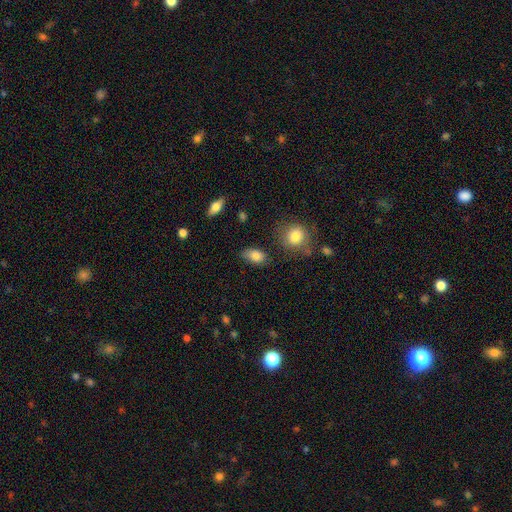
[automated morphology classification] A smooth galaxy with no disk features (84%) that is in between round and cigar-shaped (88%).

Vote fractions:
- Smooth or featured? smooth: 84% / star or artifact: 8% / featured or disk: 8%
- How rounded? in between: 88% / round: 10% / cigar-shaped: 2%
- Merging? none: 75% / minor disturbance: 17% / major disturbance: 4% / merger: 3%